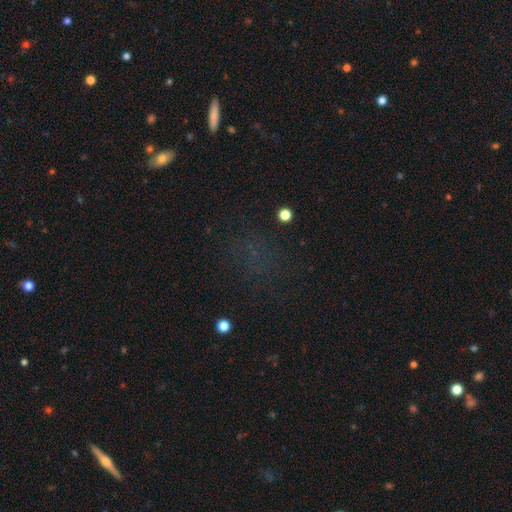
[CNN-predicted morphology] Smooth or featured?
  - star or artifact: 50% *
  - smooth: 36%
  - featured or disk: 14%